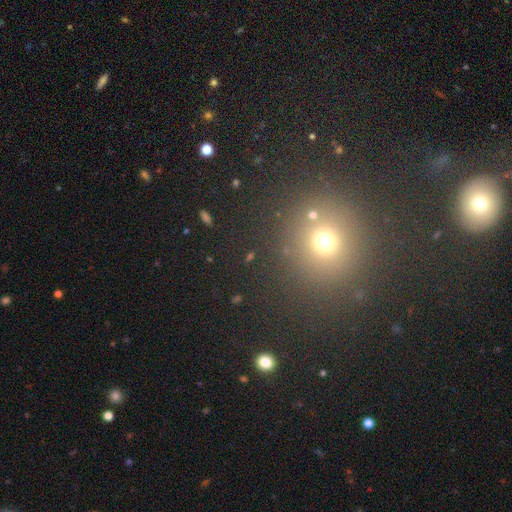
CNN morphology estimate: Q: Smooth or featured?
A: smooth (51%); runner-up: star or artifact (40%)
Q: How rounded?
A: round (89%); runner-up: in between (9%)
Q: Merging?
A: none (82%); runner-up: minor disturbance (7%)